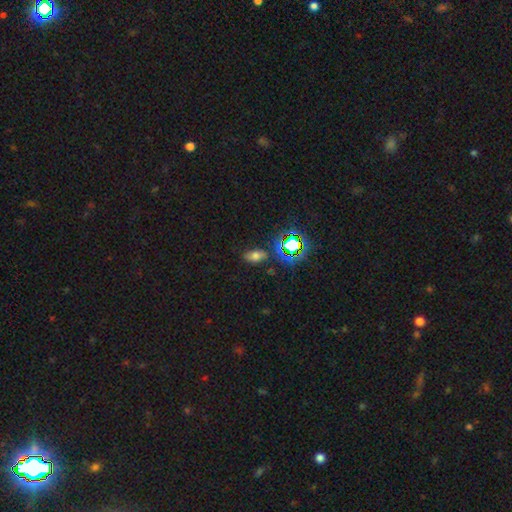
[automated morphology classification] smooth_or_featured: smooth (p=0.60) [alt: star or artifact p=0.28]
how_rounded: in between (p=0.86) [alt: round p=0.10]
merging: none (p=0.77) [alt: minor disturbance p=0.15]